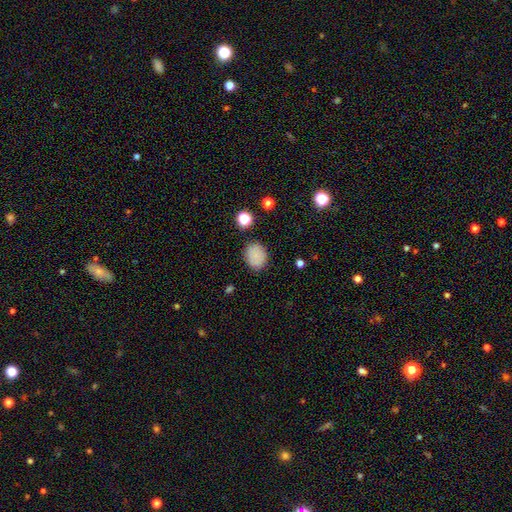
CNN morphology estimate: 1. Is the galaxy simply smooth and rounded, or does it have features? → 80% smooth, 10% featured or disk, 10% star or artifact.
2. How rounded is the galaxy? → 50% in between, 49% round, 1% cigar-shaped.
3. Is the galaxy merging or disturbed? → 84% none, 12% minor disturbance, 3% major disturbance, 2% merger.